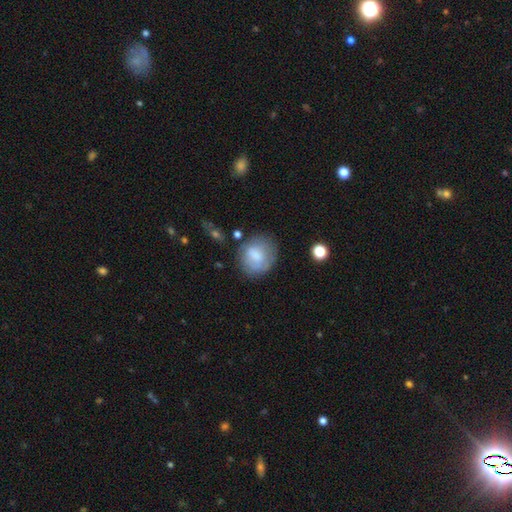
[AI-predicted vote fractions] Smooth or featured: smooth — 72% (featured or disk — 20%)
How rounded: round — 71% (in between — 28%)
Merging: none — 64% (minor disturbance — 22%)